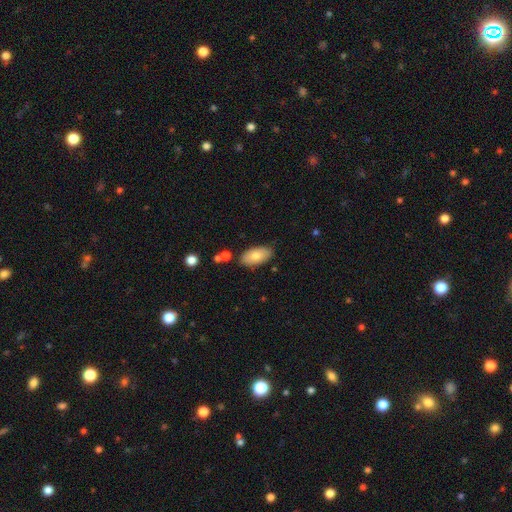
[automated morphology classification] Overall: smooth (77%). How rounded: in between (93%). Merging: none (81%).